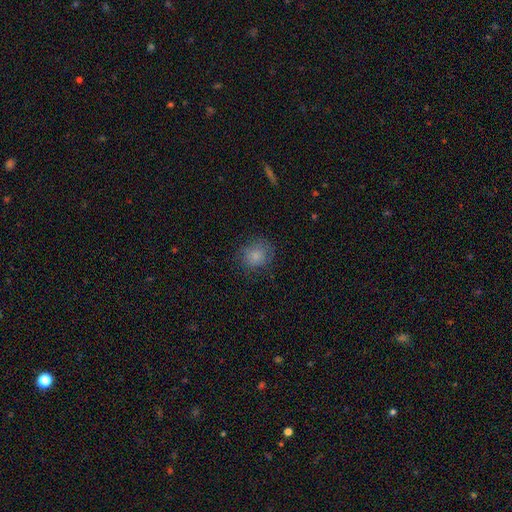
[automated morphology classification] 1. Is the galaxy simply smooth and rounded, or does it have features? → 78% smooth, 12% featured or disk, 10% star or artifact.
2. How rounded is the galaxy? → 77% round, 22% in between, 1% cigar-shaped.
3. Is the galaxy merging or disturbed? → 73% none, 18% minor disturbance, 7% major disturbance, 1% merger.